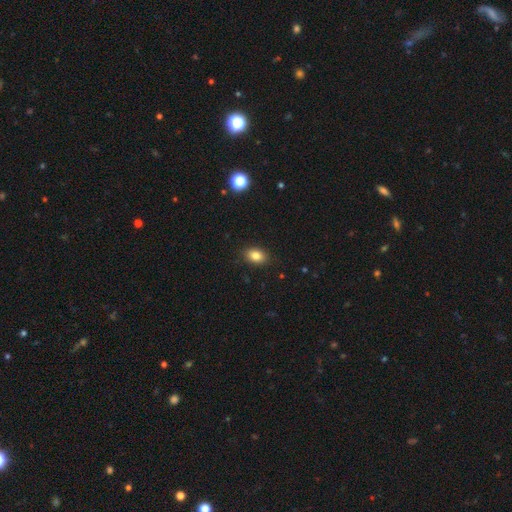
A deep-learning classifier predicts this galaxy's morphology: smooth 83%, star or artifact 10%, featured or disk 7%. Down the decision tree: how rounded — in between (80%); merging — none (88%).